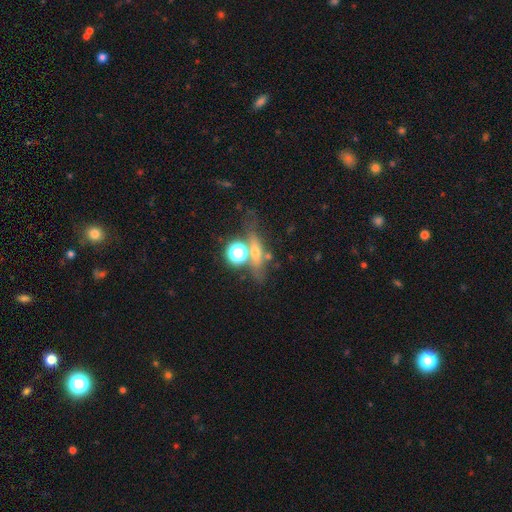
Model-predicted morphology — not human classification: featured or disk 38%, smooth 34%, star or artifact 28%. Down the decision tree: merging — none (60%).